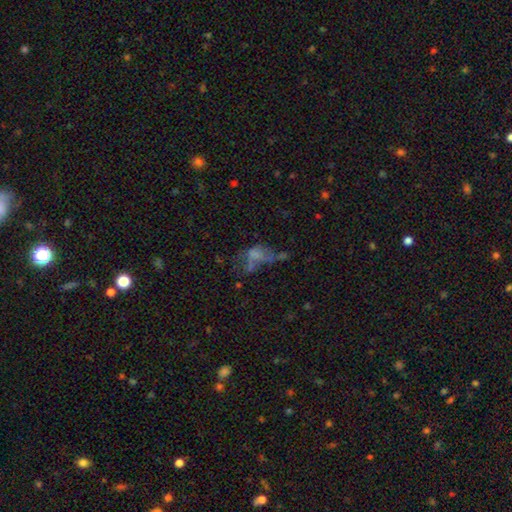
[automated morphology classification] type=smooth (41%); merging=major disturbance (41%).